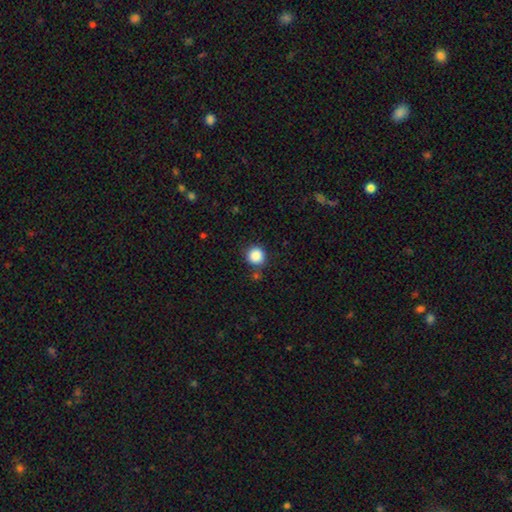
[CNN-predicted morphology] smooth_or_featured: smooth (p=0.87) [alt: star or artifact p=0.10]
how_rounded: round (p=0.93) [alt: in between p=0.06]
merging: none (p=0.82) [alt: minor disturbance p=0.10]